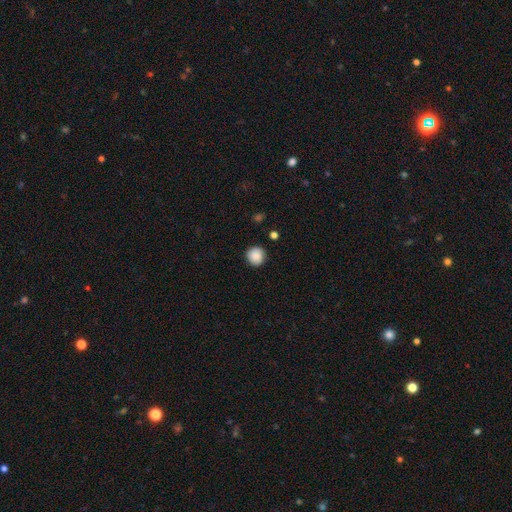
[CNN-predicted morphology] type=smooth (88%); roundness=round (93%); merging=none (89%).